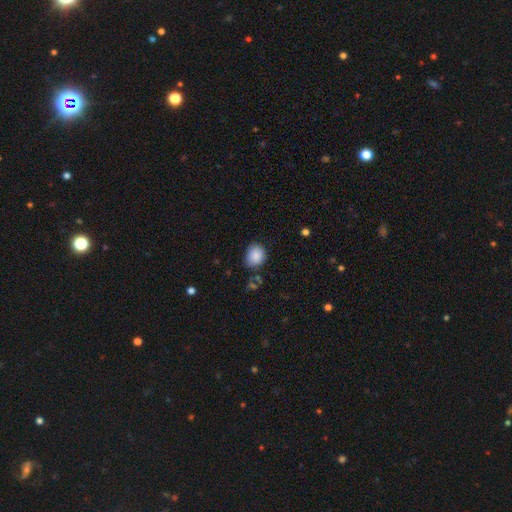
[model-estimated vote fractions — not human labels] smooth-or-featured: smooth: 87% | star or artifact: 9% | featured or disk: 4%
  how-rounded: round: 59% | in between: 40% | cigar-shaped: 1%
  merging: none: 75% | minor disturbance: 19% | major disturbance: 4% | merger: 3%